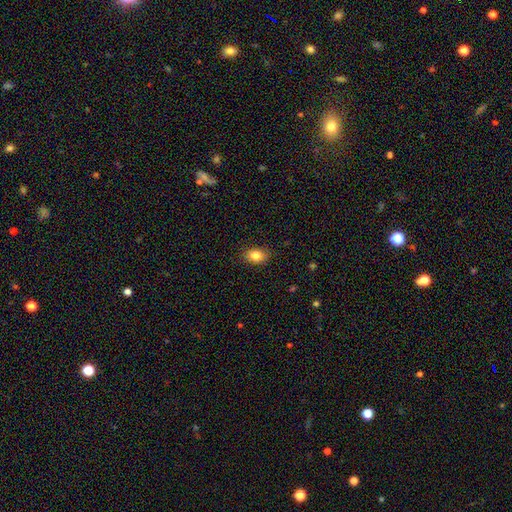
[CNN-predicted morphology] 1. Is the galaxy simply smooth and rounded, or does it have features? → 84% smooth, 9% star or artifact, 7% featured or disk.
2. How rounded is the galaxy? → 74% in between, 25% round, 1% cigar-shaped.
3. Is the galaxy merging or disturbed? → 86% none, 11% minor disturbance, 2% major disturbance, 1% merger.